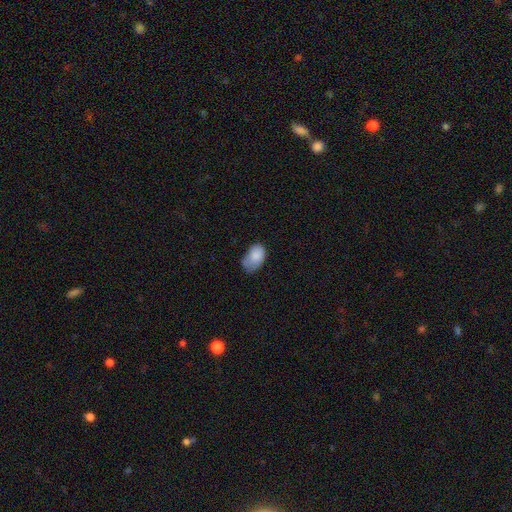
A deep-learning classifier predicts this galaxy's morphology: This is clearly a smooth galaxy (83%). How rounded: clearly in between (89%). Merging: marginally none (41%).